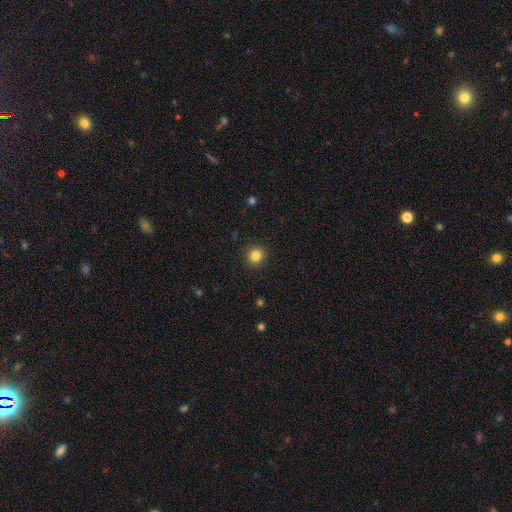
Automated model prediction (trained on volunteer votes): Smooth or featured: smooth — 83% (star or artifact — 12%)
How rounded: round — 91% (in between — 8%)
Merging: none — 92% (minor disturbance — 5%)